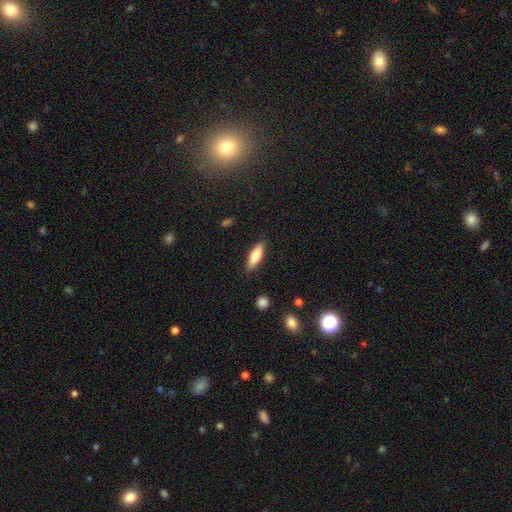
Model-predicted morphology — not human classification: Q: Smooth or featured?
A: smooth (72%); runner-up: featured or disk (22%)
Q: How rounded?
A: cigar-shaped (51%); runner-up: in between (47%)
Q: Merging?
A: none (86%); runner-up: minor disturbance (10%)